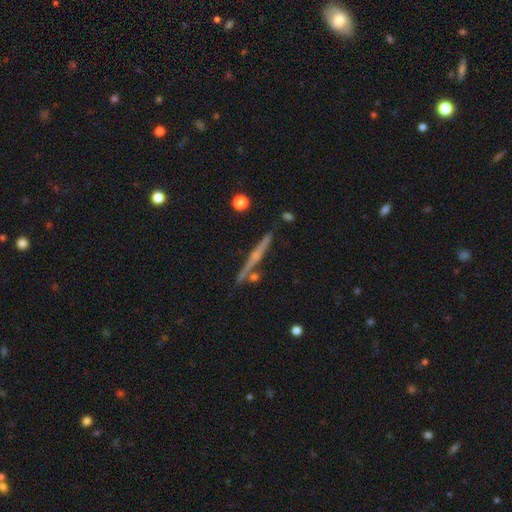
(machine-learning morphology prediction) featured or disk 73%, smooth 20%, star or artifact 7%. Down the decision tree: edge-on disk — yes (98%); edge-on bulge — rounded (62%); merging — none (83%).